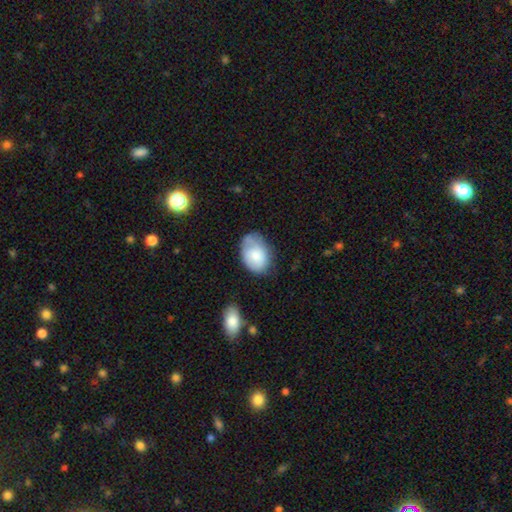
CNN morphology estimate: The model was most divided on "merging": none: 50%, minor disturbance: 34%, major disturbance: 11%, merger: 5%. More confident: how rounded — in between (82%); smooth or featured — smooth (78%).